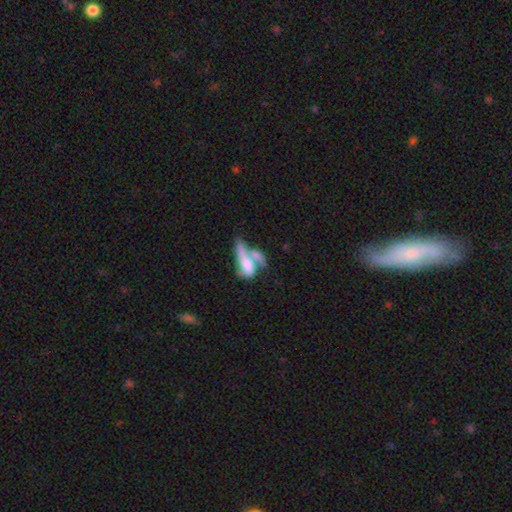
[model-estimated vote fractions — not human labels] featured or disk 41%, smooth 37%, star or artifact 22%. Down the decision tree: merging — none (42%).